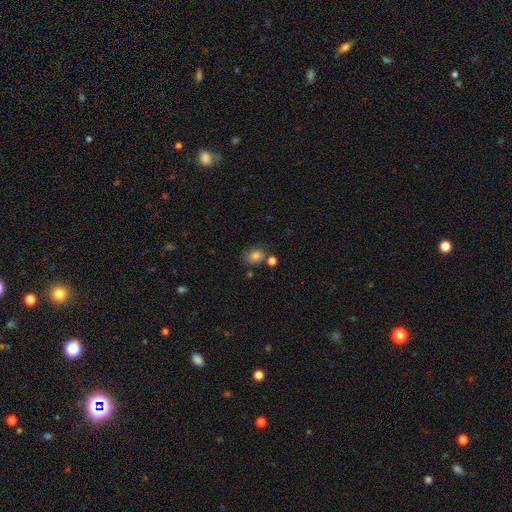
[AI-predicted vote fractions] Q: Smooth or featured?
A: smooth (81%); runner-up: star or artifact (12%)
Q: How rounded?
A: in between (50%); runner-up: round (49%)
Q: Merging?
A: none (62%); runner-up: minor disturbance (18%)